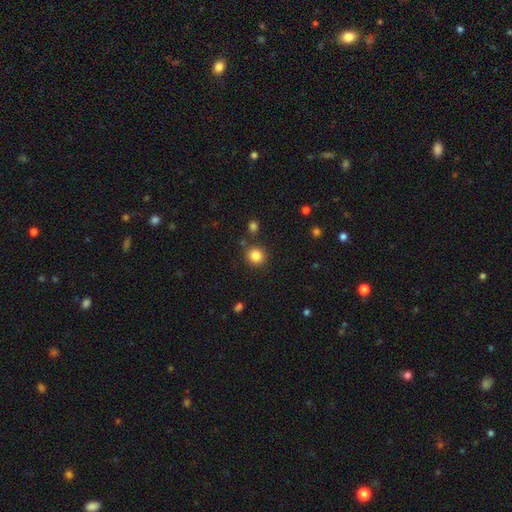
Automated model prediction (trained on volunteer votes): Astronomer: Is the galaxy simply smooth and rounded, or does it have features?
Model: smooth — 85%.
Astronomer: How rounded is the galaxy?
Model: round — 91%.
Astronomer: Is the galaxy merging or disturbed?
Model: none — 85%.